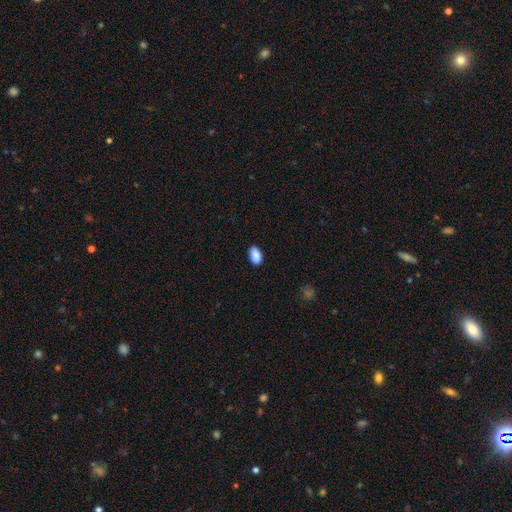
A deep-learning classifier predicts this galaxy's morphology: type=smooth (90%); roundness=in between (92%); merging=none (86%).